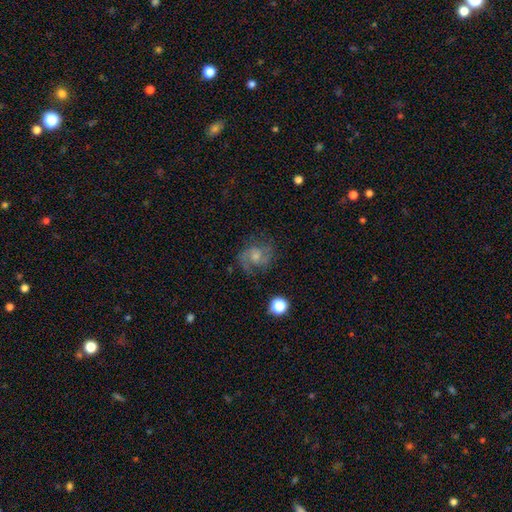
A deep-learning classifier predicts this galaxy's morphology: Overall: featured or disk (73%). Edge-on disk: no (98%). Bar: no (57%; weak 37%). Spiral arms: yes (94%). Spiral arm count: 2 (71%). Spiral winding: medium (52%; tight 30%). Bulge size: small (45%; moderate 42%). Merging: none (76%).